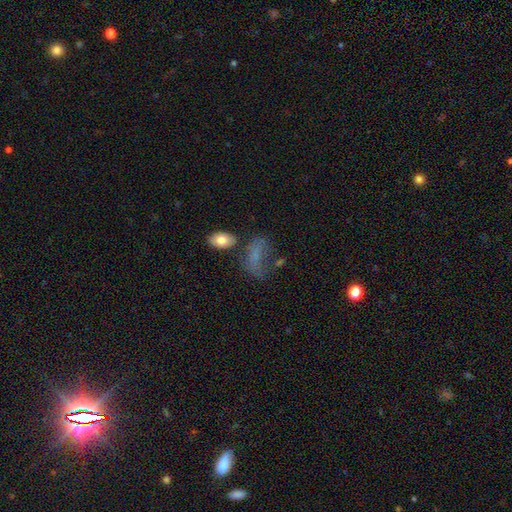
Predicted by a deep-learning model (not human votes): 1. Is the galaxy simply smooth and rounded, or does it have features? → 58% smooth, 25% featured or disk, 16% star or artifact.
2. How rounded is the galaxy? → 85% in between, 10% round, 5% cigar-shaped.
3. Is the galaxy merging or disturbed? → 37% none, 28% major disturbance, 23% minor disturbance, 11% merger.